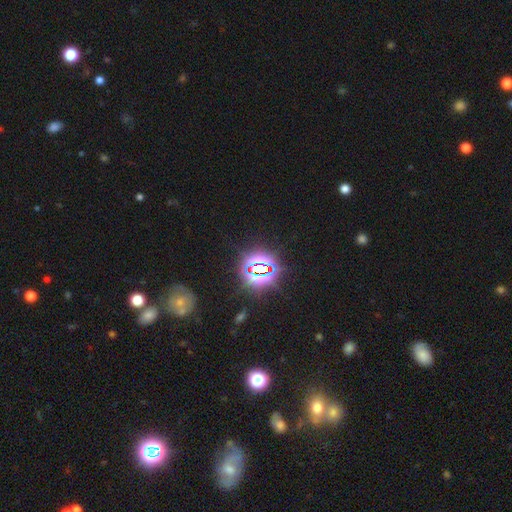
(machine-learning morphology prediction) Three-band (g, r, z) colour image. It shows a star or artifact, not a galaxy (80%).